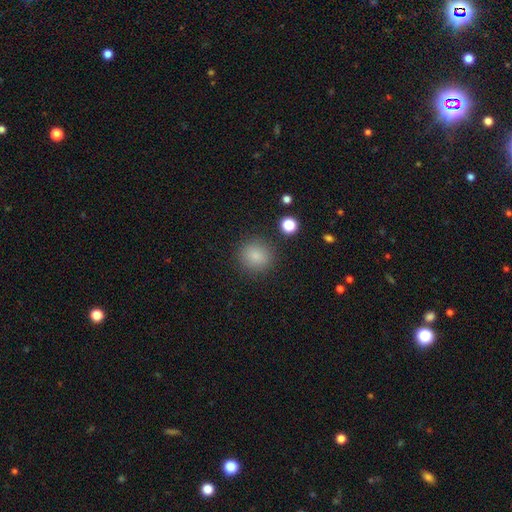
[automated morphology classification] Smooth or featured? smooth (84%)
How rounded? round (91%)
Merging? none (87%)